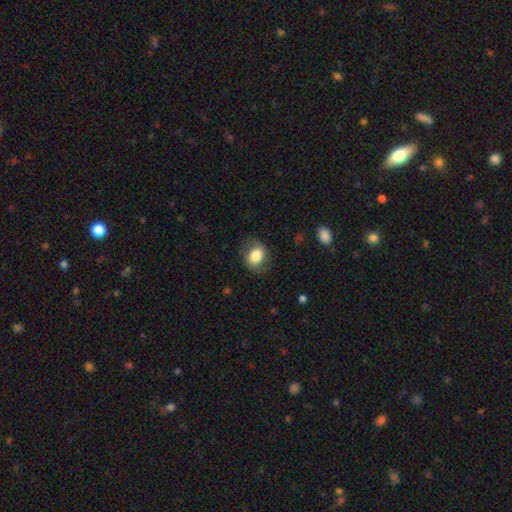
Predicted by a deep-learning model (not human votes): A smooth galaxy with no disk features (77%) that is in between round and cigar-shaped (55%). Merging: none (75%).